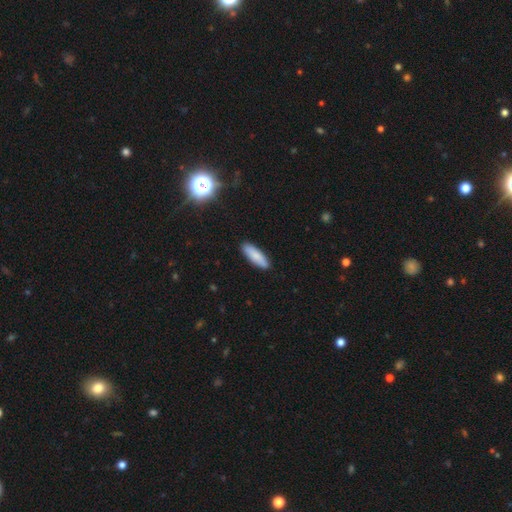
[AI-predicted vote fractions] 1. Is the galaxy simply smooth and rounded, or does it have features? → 84% smooth, 10% featured or disk, 6% star or artifact.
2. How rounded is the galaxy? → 50% cigar-shaped, 48% in between, 2% round.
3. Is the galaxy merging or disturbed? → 90% none, 8% minor disturbance, 2% major disturbance, 1% merger.